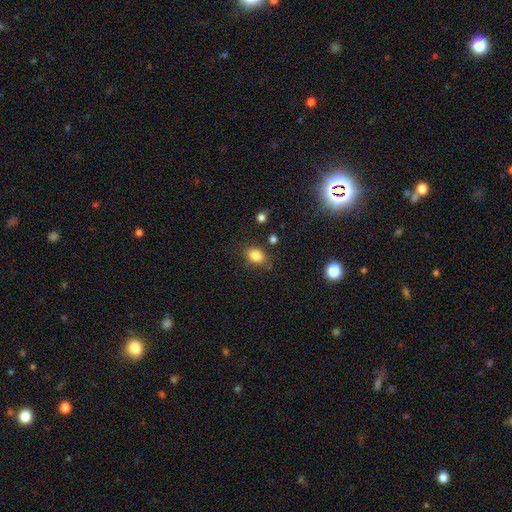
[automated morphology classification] Overall: smooth (83%). How rounded: in between (77%). Merging: none (75%).